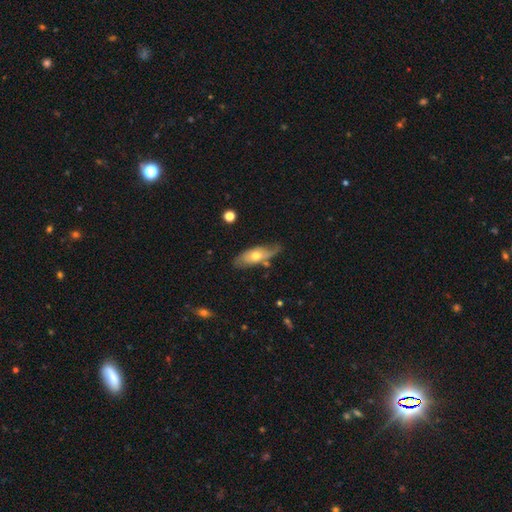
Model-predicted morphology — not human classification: Smooth or featured: smooth — 47% (tied with featured or disk — 47%)
Merging: none — 59% (minor disturbance — 28%)